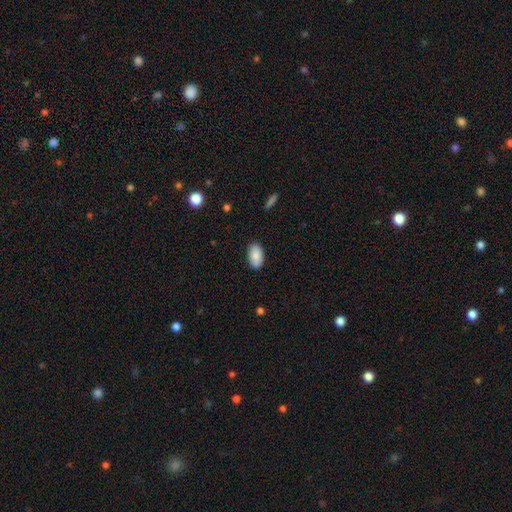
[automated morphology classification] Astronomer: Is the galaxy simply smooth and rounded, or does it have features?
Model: smooth — 87%.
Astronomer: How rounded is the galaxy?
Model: in between — 95%.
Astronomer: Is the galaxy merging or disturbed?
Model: none — 87%.